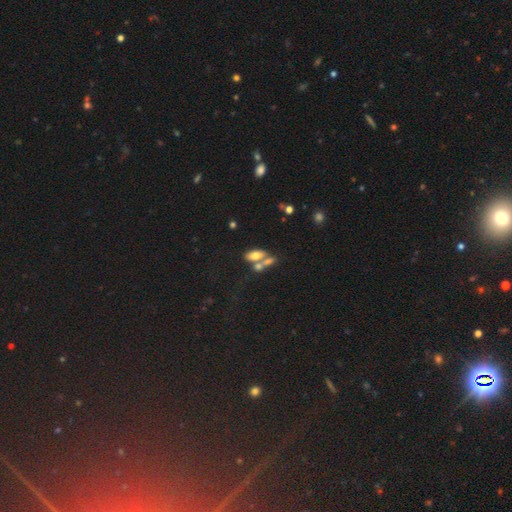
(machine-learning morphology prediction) A smooth galaxy with no disk features (64%) that is in between round and cigar-shaped (83%). Merging: merger (49%).